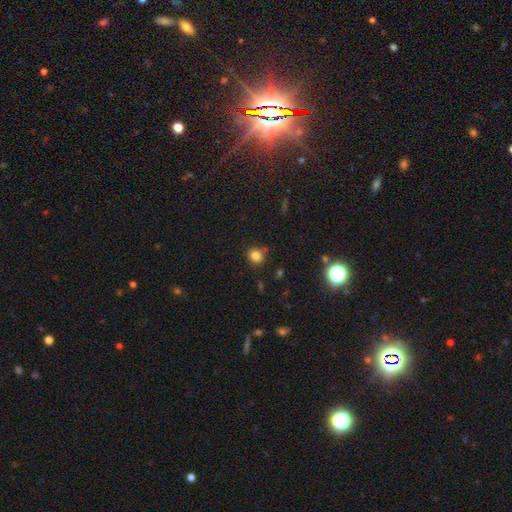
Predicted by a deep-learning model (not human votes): Morphology: type=smooth (82%); roundness=round (87%); merging=none (77%).